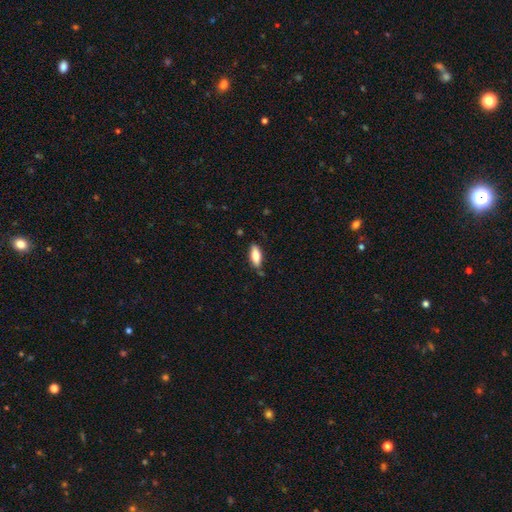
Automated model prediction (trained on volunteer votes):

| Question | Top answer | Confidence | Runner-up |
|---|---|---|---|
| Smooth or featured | smooth | 79% | featured or disk (14%) |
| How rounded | in between | 75% | cigar-shaped (23%) |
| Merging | none | 79% | minor disturbance (16%) |